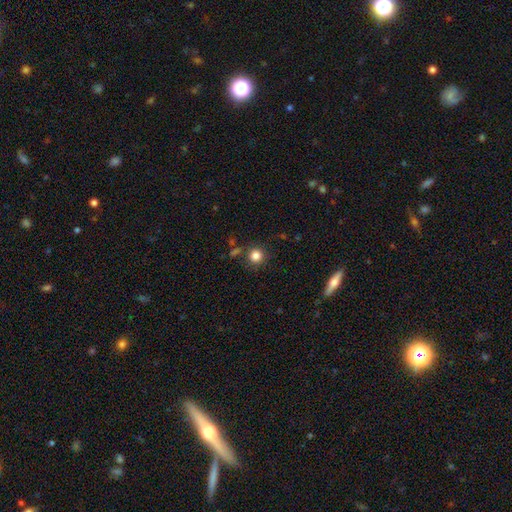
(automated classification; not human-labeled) The model was most divided on "smooth or featured": smooth: 83%, star or artifact: 12%, featured or disk: 5%. More confident: how rounded — round (93%); merging — none (84%).